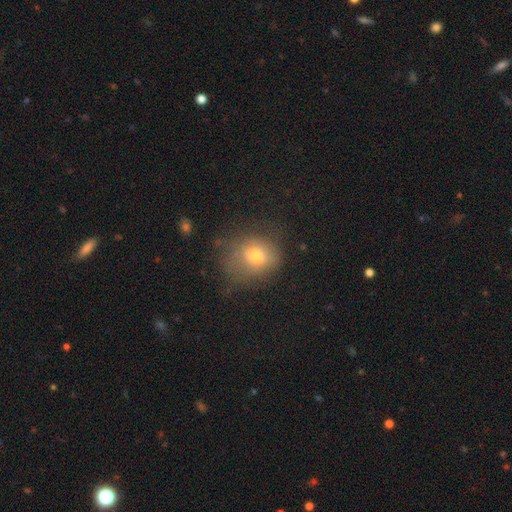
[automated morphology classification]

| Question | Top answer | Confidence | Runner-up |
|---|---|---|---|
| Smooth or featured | smooth | 69% | featured or disk (17%) |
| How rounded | round | 66% | in between (33%) |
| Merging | none | 56% | minor disturbance (26%) |